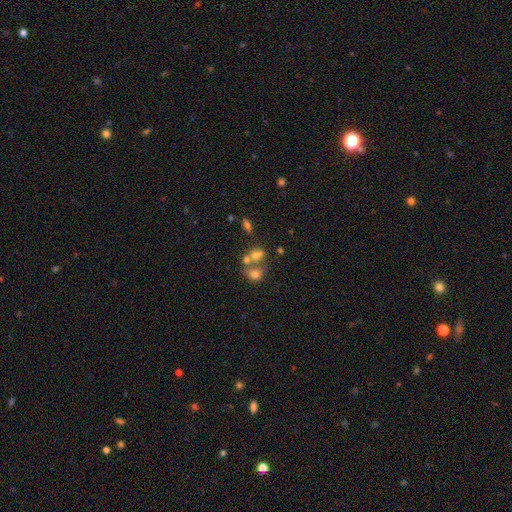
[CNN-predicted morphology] smooth-or-featured: smooth: 61% | featured or disk: 24% | star or artifact: 15%
  how-rounded: round: 53% | in between: 45% | cigar-shaped: 2%
  merging: merger: 56% | none: 28% | minor disturbance: 9% | major disturbance: 7%